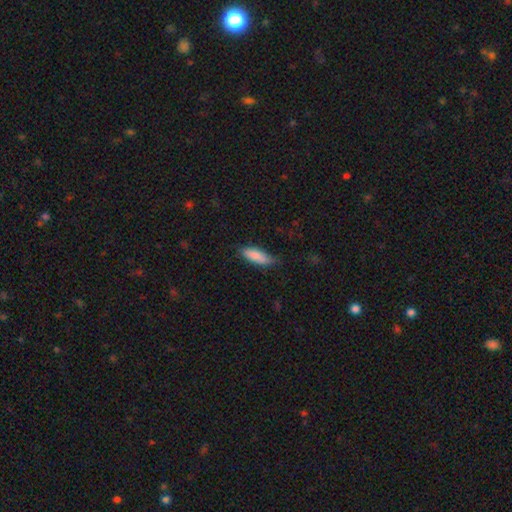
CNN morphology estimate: This appears to be a smooth galaxy with no disk features (85%) that is in between round and cigar-shaped (60%). Merging: none (72%).